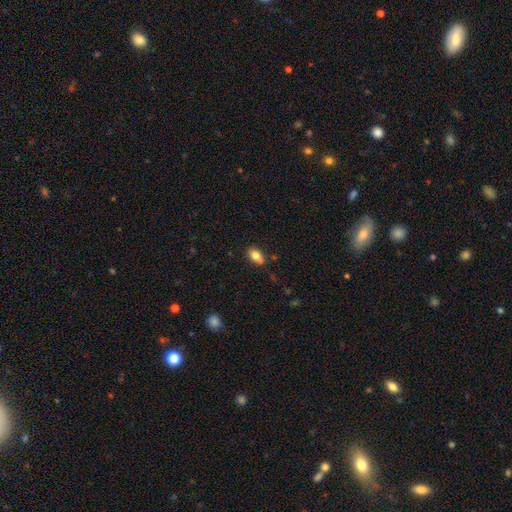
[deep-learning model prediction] This is clearly a smooth galaxy (80%). How rounded: clearly in between (86%). Merging: likely none (75%).